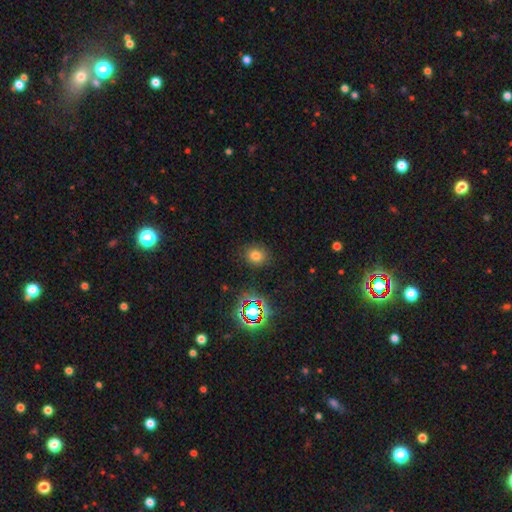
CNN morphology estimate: Smooth or featured? smooth (72%)
How rounded? round (66%)
Merging? none (85%)